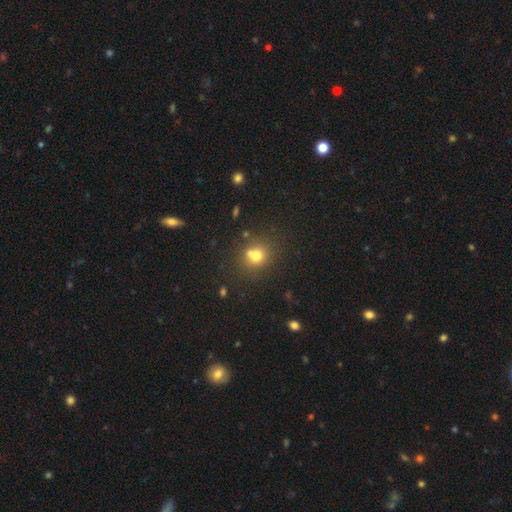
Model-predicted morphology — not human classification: This is likely a smooth galaxy (70%). How rounded: likely round (80%). Merging: possibly none (59%).